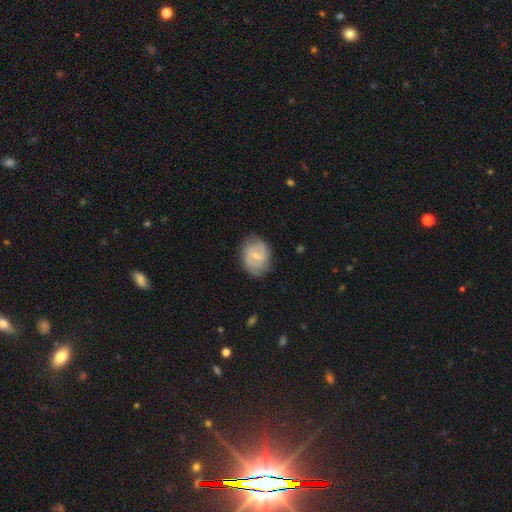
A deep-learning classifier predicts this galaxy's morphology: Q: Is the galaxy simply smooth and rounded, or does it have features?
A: featured or disk — 64%.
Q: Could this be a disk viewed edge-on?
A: no — 97%.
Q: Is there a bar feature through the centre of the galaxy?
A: weak — 57%.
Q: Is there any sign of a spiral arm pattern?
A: yes — 81%.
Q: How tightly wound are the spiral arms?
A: medium — 44%.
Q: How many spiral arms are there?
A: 2 — 73%.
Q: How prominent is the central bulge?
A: small — 62%.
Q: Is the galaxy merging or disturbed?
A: none — 77%.